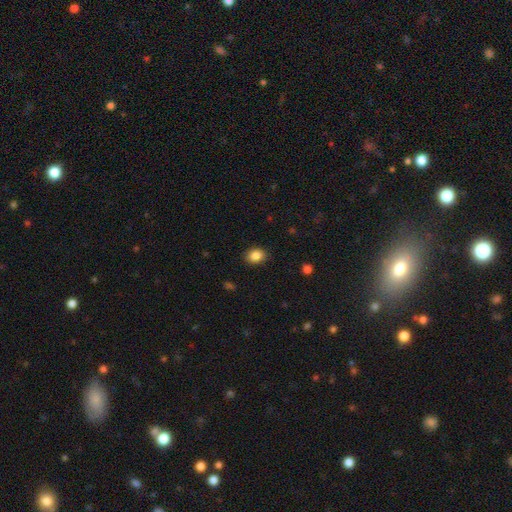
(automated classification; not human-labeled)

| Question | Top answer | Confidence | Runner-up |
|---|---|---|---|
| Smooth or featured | smooth | 87% | star or artifact (9%) |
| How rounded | in between | 61% | round (38%) |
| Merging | none | 88% | minor disturbance (9%) |